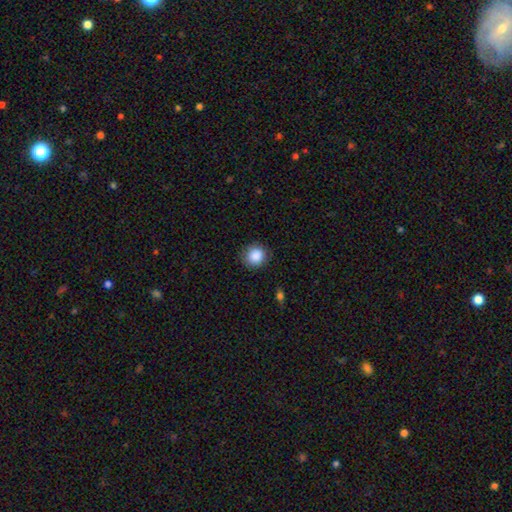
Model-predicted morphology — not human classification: smooth 88%, star or artifact 8%, featured or disk 4%. Down the decision tree: how rounded — round (91%); merging — none (88%).